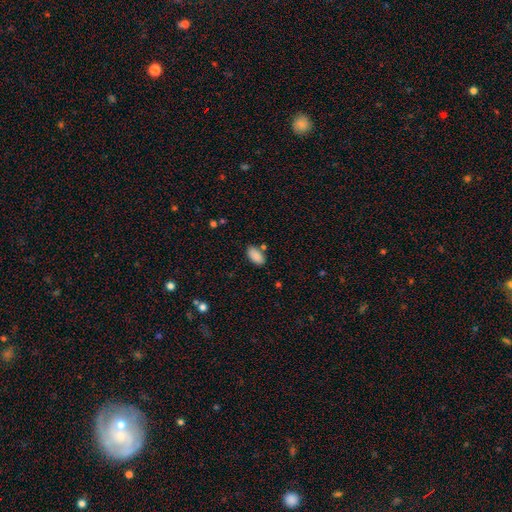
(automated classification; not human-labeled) Q: Smooth or featured?
A: smooth (89%); runner-up: star or artifact (7%)
Q: How rounded?
A: in between (94%); runner-up: cigar-shaped (3%)
Q: Merging?
A: none (78%); runner-up: minor disturbance (13%)